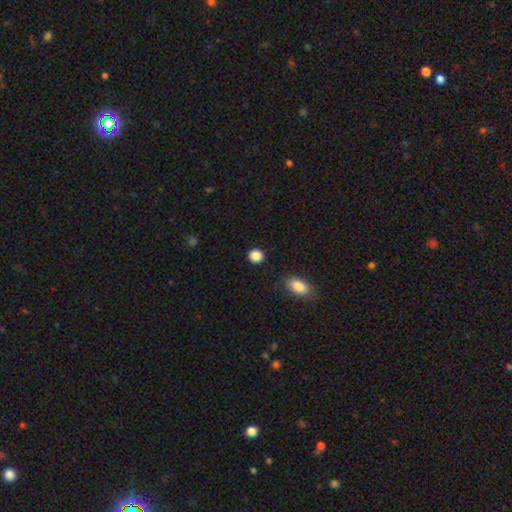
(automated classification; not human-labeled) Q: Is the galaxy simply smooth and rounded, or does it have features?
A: smooth — 88%.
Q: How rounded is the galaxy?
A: round — 87%.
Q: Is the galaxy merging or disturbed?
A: none — 89%.